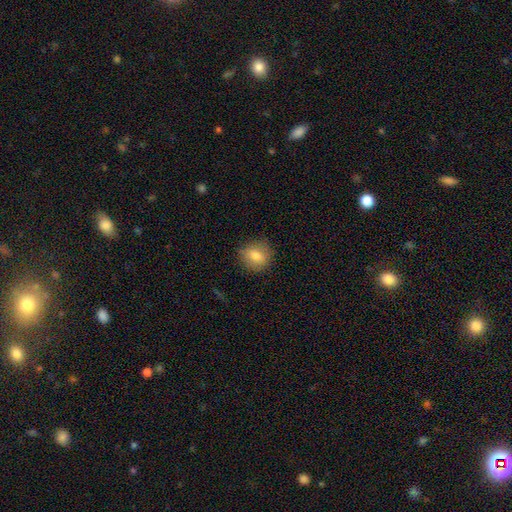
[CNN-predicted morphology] This is likely a smooth galaxy (78%). How rounded: likely round (74%). Merging: clearly none (84%).